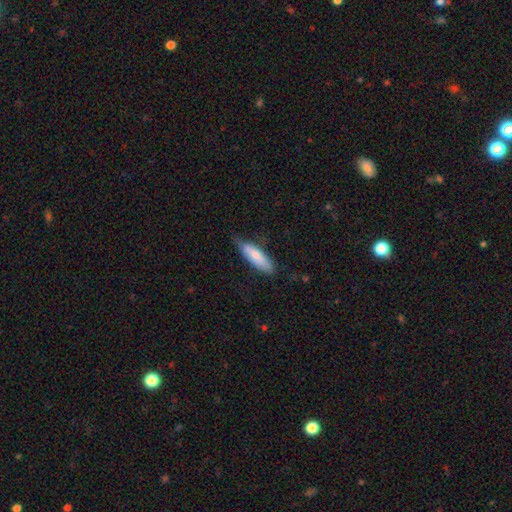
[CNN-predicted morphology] Q: Smooth or featured?
A: smooth (75%); runner-up: featured or disk (19%)
Q: How rounded?
A: cigar-shaped (52%); runner-up: in between (47%)
Q: Merging?
A: none (66%); runner-up: minor disturbance (27%)